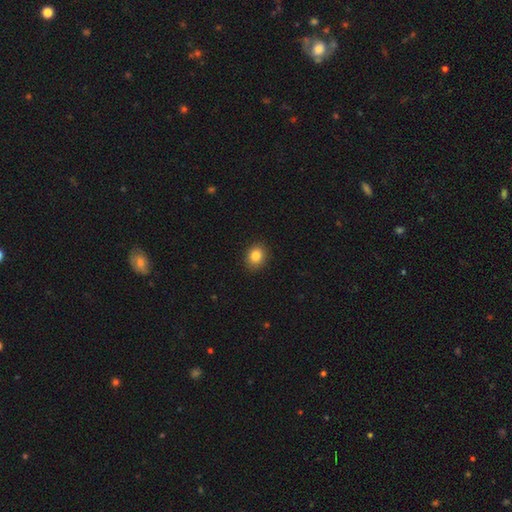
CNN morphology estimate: smooth-or-featured: smooth: 85% | star or artifact: 10% | featured or disk: 6%
  how-rounded: round: 52% | in between: 47% | cigar-shaped: 1%
  merging: none: 89% | minor disturbance: 8% | major disturbance: 2% | merger: 1%